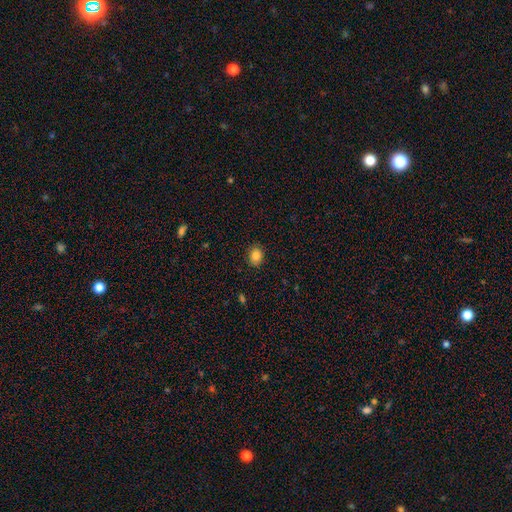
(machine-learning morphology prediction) Smooth or featured? Predicted: smooth (p=0.85). How rounded? Predicted: round (p=0.53). Merging? Predicted: none (p=0.88).